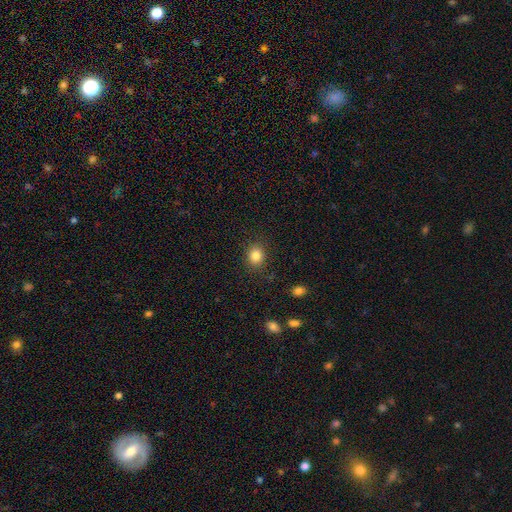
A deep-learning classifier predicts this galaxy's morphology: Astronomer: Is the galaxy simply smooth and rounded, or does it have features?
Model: smooth — 84%.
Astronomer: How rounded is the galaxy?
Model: round — 68%.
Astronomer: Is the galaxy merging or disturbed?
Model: none — 87%.